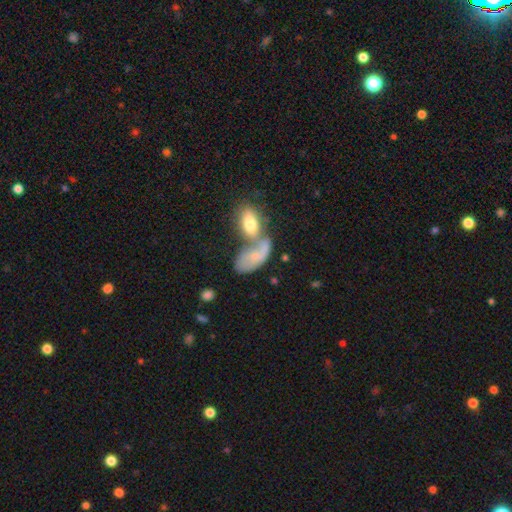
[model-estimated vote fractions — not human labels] Q: Smooth or featured?
A: smooth (53%); runner-up: featured or disk (39%)
Q: How rounded?
A: in between (88%); runner-up: cigar-shaped (7%)
Q: Merging?
A: merger (58%); runner-up: none (20%)